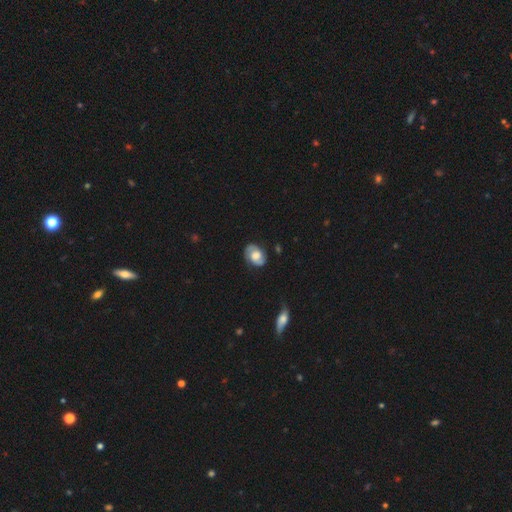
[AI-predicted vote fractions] A featured or disk galaxy (67%) with no bar (62%), 2 (88%) medium (44%) spiral arms (89%) and a large central bulge (42%).

Vote fractions:
- Smooth or featured? featured or disk: 67% / smooth: 27% / star or artifact: 7%
- Edge-on disk? no: 97% / yes: 3%
- Bar? no: 62% / weak: 31% / strong: 7%
- Spiral arms? yes: 89% / no: 11%
- Spiral winding? medium: 44% / tight: 39% / loose: 17%
- Spiral arm count? 2: 88% / can't tell: 7% / 1: 3% / 3: 1% / 4: 1% / more than 4: 1%
- Bulge size? large: 42% / moderate: 39% / small: 9% / none: 6% / dominant: 4%
- Merging? none: 77% / minor disturbance: 16% / major disturbance: 5% / merger: 2%